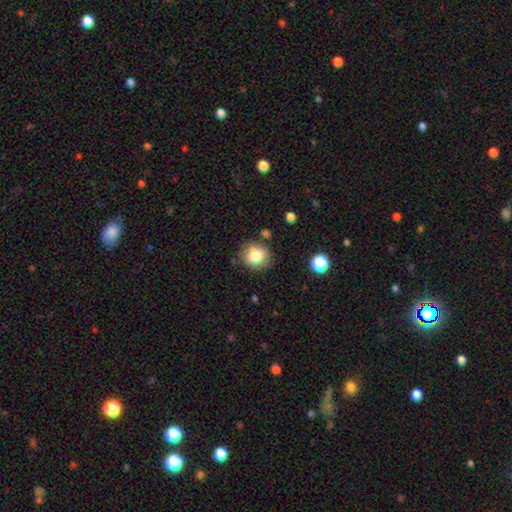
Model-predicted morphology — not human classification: smooth-or-featured: smooth: 78% | featured or disk: 12% | star or artifact: 10%
  how-rounded: round: 75% | in between: 24% | cigar-shaped: 1%
  merging: none: 74% | minor disturbance: 16% | merger: 6% | major disturbance: 4%